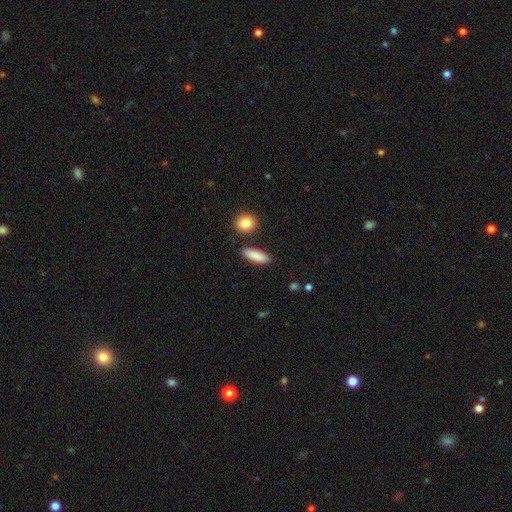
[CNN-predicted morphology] Smooth or featured: smooth — 88% (featured or disk — 6%)
How rounded: in between — 60% (cigar-shaped — 37%)
Merging: none — 85% (minor disturbance — 8%)